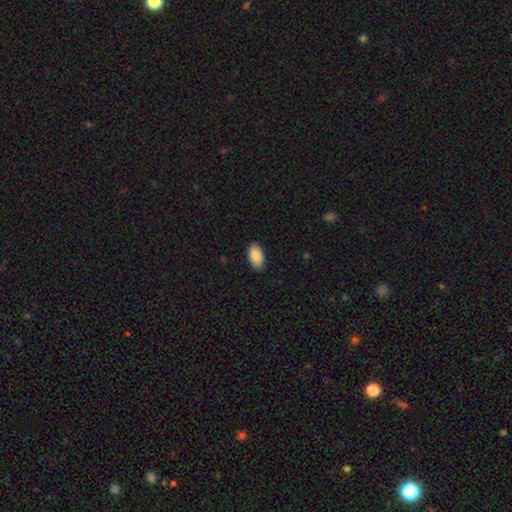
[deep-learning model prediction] This is clearly a smooth galaxy (88%). How rounded: clearly in between (95%). Merging: clearly none (88%).